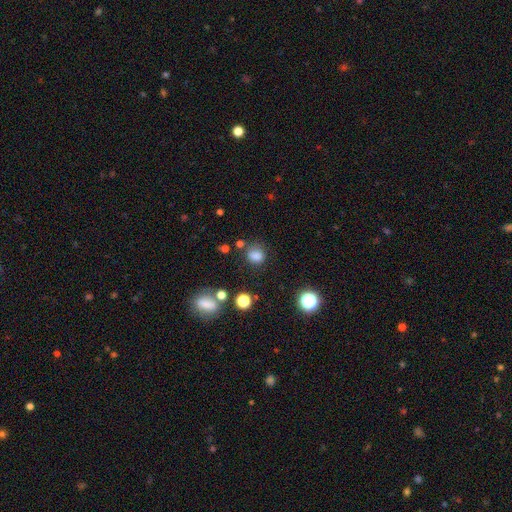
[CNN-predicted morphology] Smooth or featured: smooth — 78% (star or artifact — 16%)
How rounded: round — 62% (in between — 36%)
Merging: none — 68% (minor disturbance — 18%)